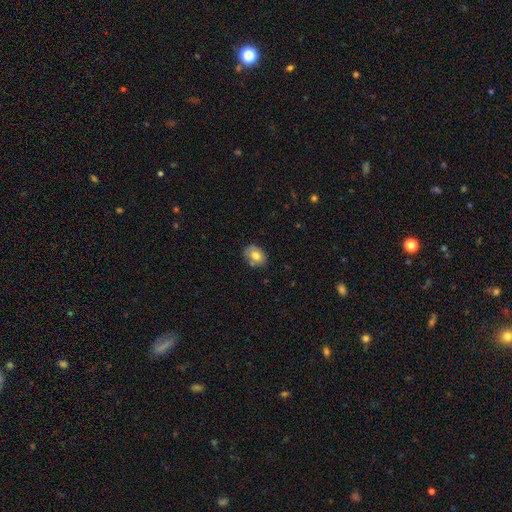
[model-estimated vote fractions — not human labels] Smooth or featured: smooth — 72% (featured or disk — 20%)
How rounded: in between — 74% (round — 25%)
Merging: none — 73% (minor disturbance — 18%)